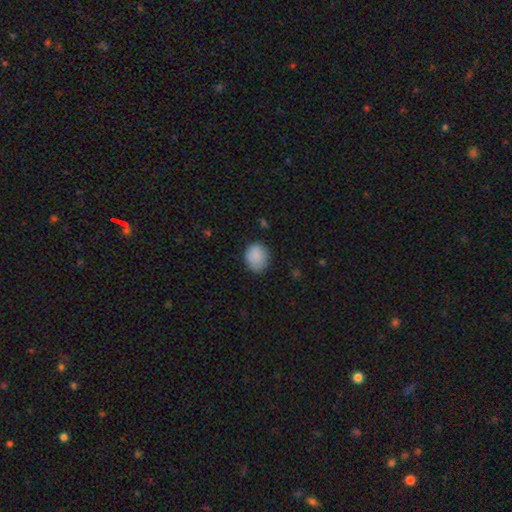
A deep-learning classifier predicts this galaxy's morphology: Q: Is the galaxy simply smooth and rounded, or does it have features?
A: smooth — 87%.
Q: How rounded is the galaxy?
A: round — 56%.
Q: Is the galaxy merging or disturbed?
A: none — 75%.